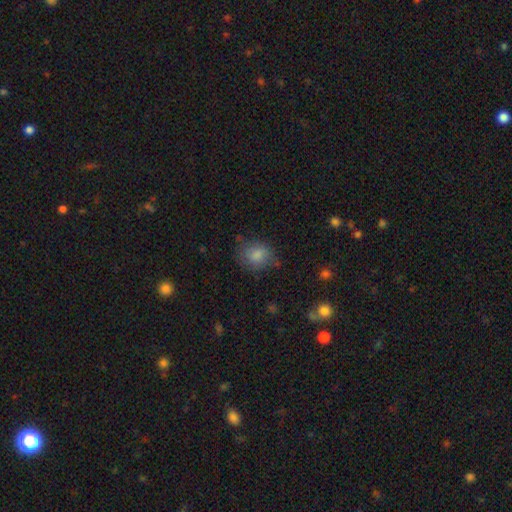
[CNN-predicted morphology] Smooth or featured? smooth (78%)
How rounded? round (60%)
Merging? none (72%)